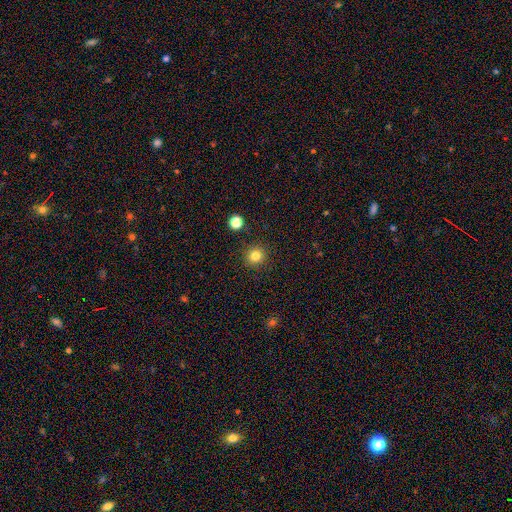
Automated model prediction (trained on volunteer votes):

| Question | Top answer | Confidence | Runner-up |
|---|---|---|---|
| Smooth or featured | smooth | 82% | star or artifact (13%) |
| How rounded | round | 91% | in between (8%) |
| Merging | none | 90% | minor disturbance (6%) |